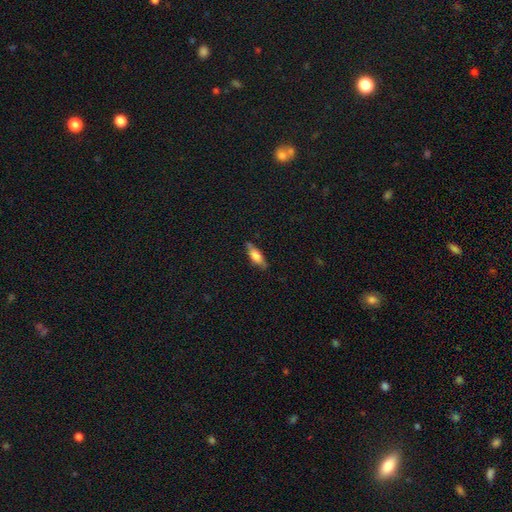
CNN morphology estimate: This is likely a smooth galaxy (69%). How rounded: possibly in between (58%). Merging: likely none (77%).